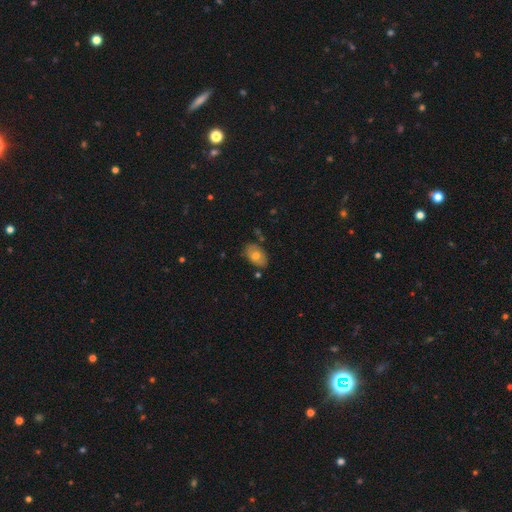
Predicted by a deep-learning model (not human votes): Smooth or featured: smooth — 65% (featured or disk — 28%)
How rounded: in between — 88% (round — 11%)
Merging: none — 77% (minor disturbance — 16%)